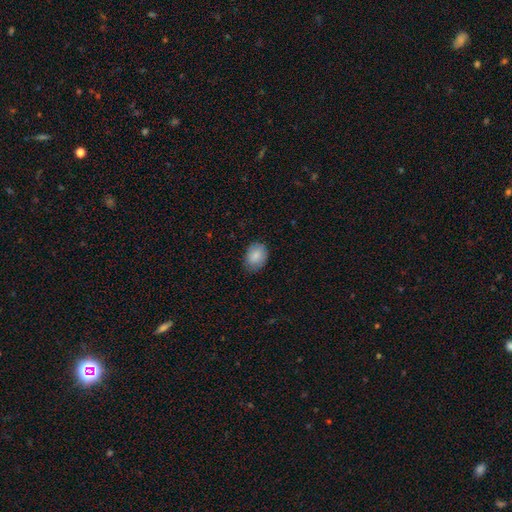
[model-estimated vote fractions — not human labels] Smooth or featured? smooth (85%)
How rounded? in between (71%)
Merging? none (76%)